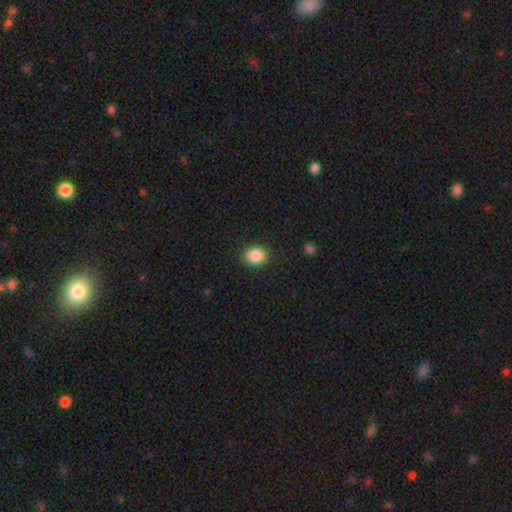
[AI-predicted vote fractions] This is clearly a smooth galaxy (87%). How rounded: possibly round (50%). Merging: clearly none (88%).